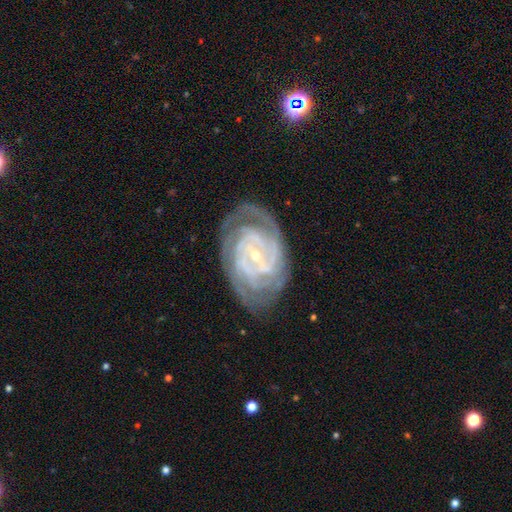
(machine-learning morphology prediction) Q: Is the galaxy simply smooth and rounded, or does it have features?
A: featured or disk — 90%.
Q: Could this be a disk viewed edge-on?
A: no — 97%.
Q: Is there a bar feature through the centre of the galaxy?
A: weak — 41%.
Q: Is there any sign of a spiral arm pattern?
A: yes — 97%.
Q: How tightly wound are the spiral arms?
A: tight — 75%.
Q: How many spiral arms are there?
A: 2 — 23%.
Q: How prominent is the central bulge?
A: small — 79%.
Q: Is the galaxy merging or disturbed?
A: none — 76%.